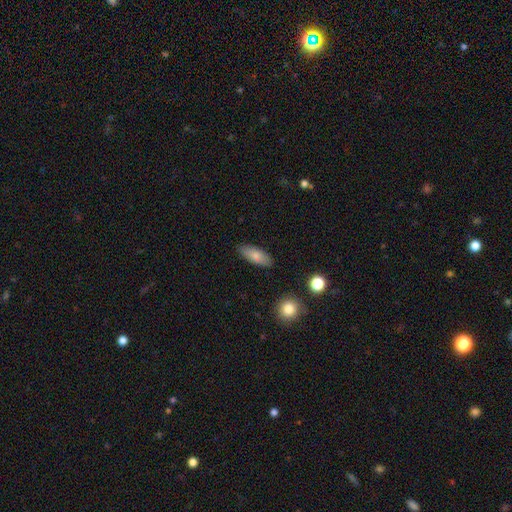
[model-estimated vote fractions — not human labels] This appears to be a smooth galaxy with no disk features (80%) that is in between round and cigar-shaped (75%). Merging: none (86%).